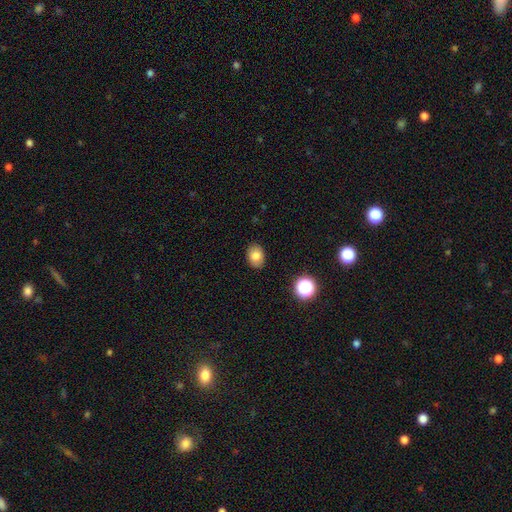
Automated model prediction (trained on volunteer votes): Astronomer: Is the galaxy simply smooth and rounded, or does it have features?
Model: smooth — 81%.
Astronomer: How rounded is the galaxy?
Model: in between — 69%.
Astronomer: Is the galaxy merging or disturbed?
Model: none — 88%.